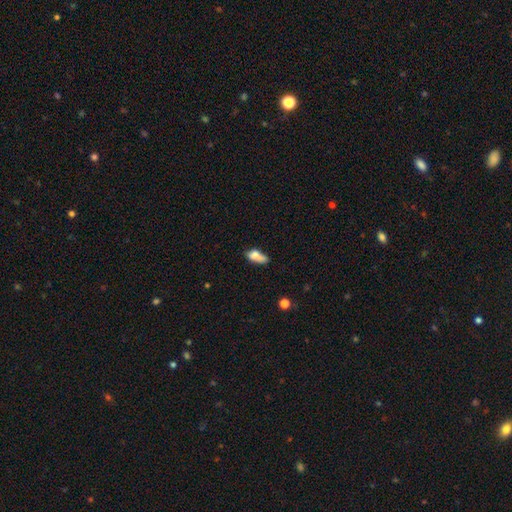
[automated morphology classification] type=smooth (75%); roundness=in between (78%); merging=none (36%).